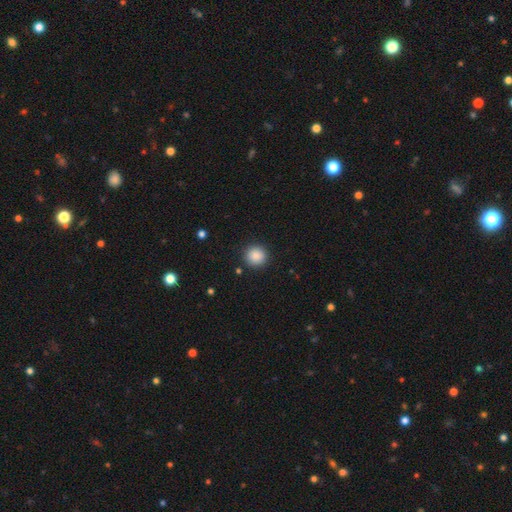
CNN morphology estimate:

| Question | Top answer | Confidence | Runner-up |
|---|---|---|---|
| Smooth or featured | smooth | 88% | star or artifact (9%) |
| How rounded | round | 93% | in between (6%) |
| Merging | none | 91% | minor disturbance (6%) |